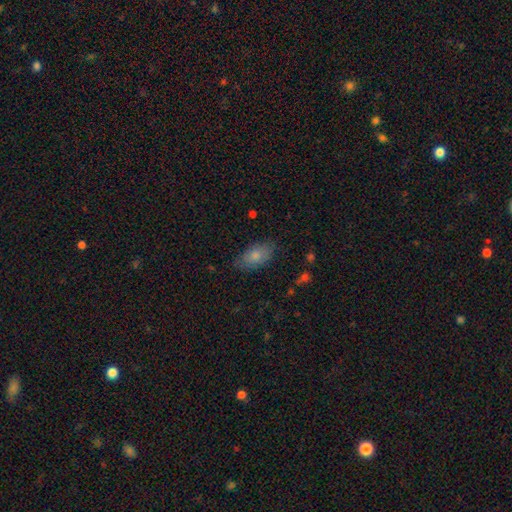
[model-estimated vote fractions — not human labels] Morphology: type=smooth (79%); roundness=in between (92%); merging=none (74%).